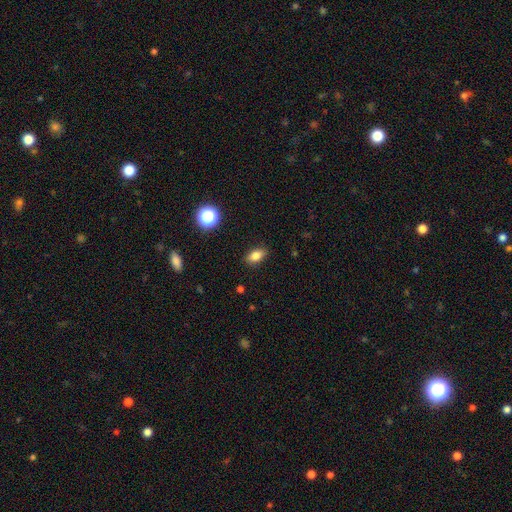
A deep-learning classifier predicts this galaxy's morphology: Smooth or featured?
  - smooth: 82% *
  - star or artifact: 11%
  - featured or disk: 7%
How rounded?
  - in between: 85% *
  - round: 11%
  - cigar-shaped: 4%
Merging?
  - none: 88% *
  - minor disturbance: 9%
  - major disturbance: 2%
  - merger: 1%